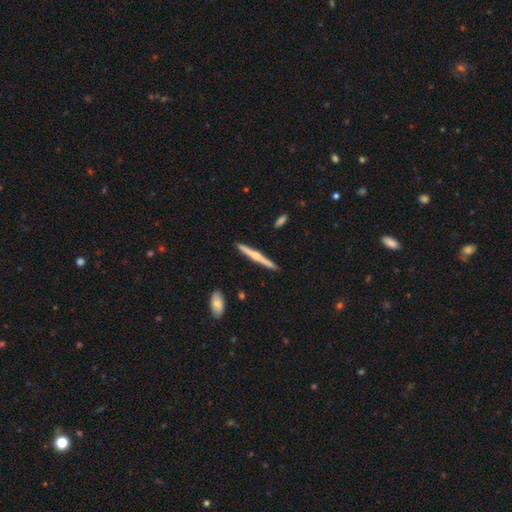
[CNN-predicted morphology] featured or disk 61%, smooth 33%, star or artifact 5%. Down the decision tree: edge-on disk — yes (98%); edge-on bulge — rounded (74%); merging — none (90%).